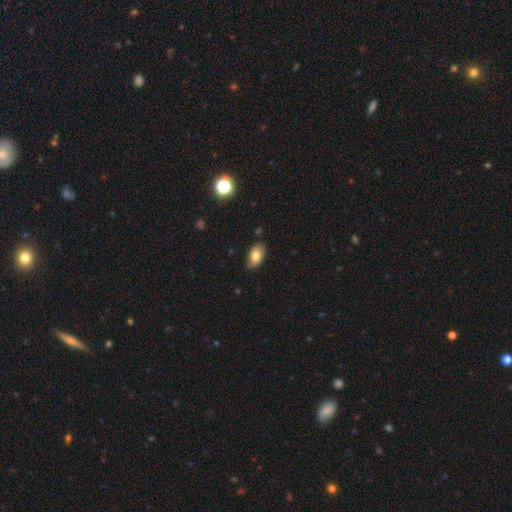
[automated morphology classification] type=smooth (79%); roundness=in between (93%); merging=none (81%).